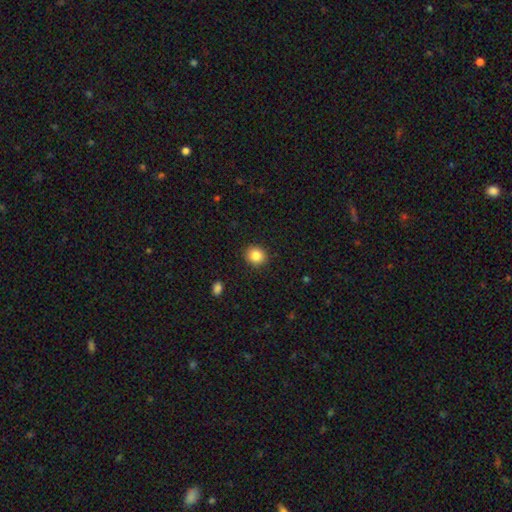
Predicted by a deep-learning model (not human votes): smooth_or_featured: smooth (p=0.85) [alt: star or artifact p=0.10]
how_rounded: round (p=0.82) [alt: in between p=0.17]
merging: none (p=0.90) [alt: minor disturbance p=0.07]